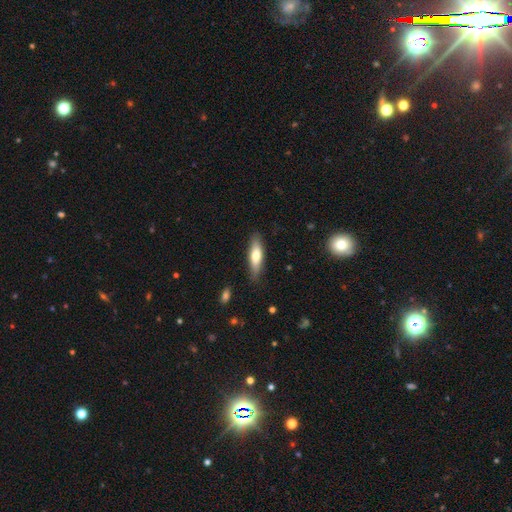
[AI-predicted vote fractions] This appears to be a smooth galaxy with no disk features (66%) that is cigar-shaped (60%). Merging: none (84%).